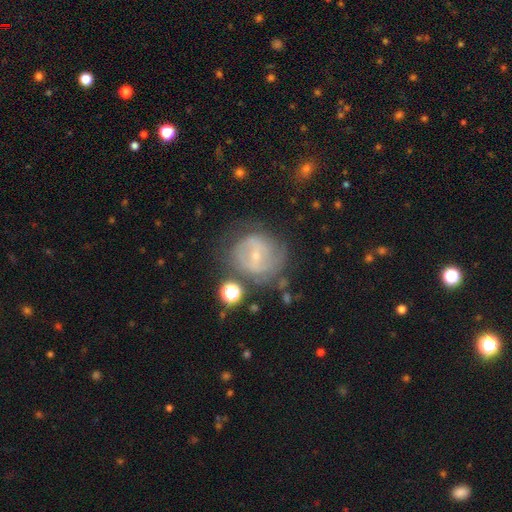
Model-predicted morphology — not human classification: A featured or disk galaxy (62%) with a weak bar (48%), spiral arms (69%) and a small central bulge (73%). Merging: none (61%).